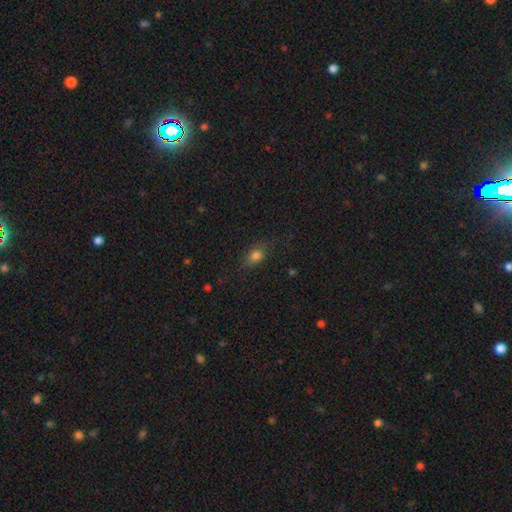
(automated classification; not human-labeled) This is clearly a smooth galaxy (80%). How rounded: likely in between (76%). Merging: likely none (79%).